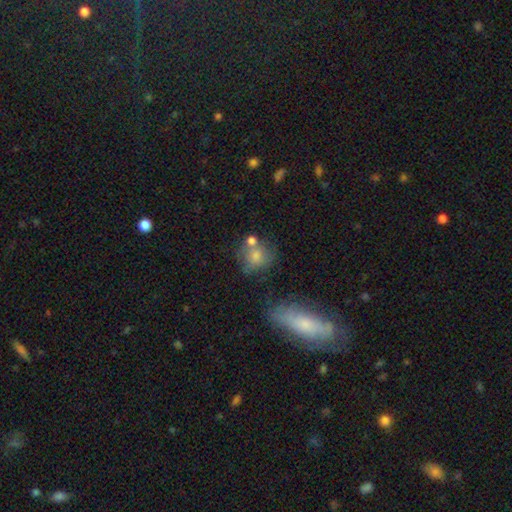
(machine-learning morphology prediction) type=smooth (70%); roundness=round (74%); merging=none (46%).